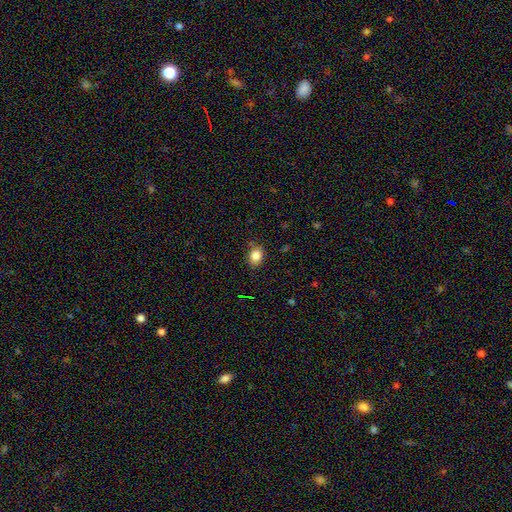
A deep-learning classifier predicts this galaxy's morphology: This appears to be a smooth galaxy with no disk features (84%) that is in between round and cigar-shaped (61%). Merging: none (81%).